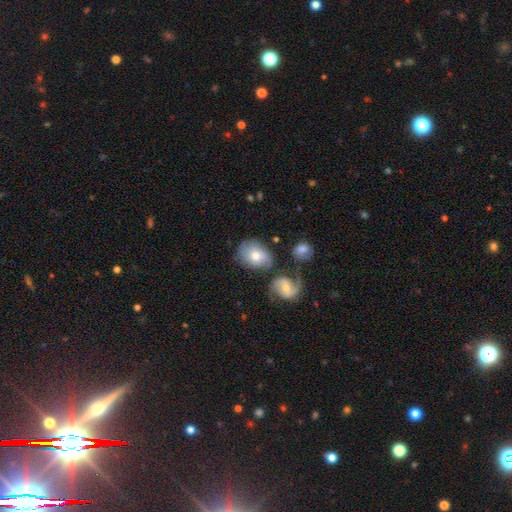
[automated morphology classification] A smooth galaxy with no disk features (52%) that is in between round and cigar-shaped (60%). Merging: none (54%).